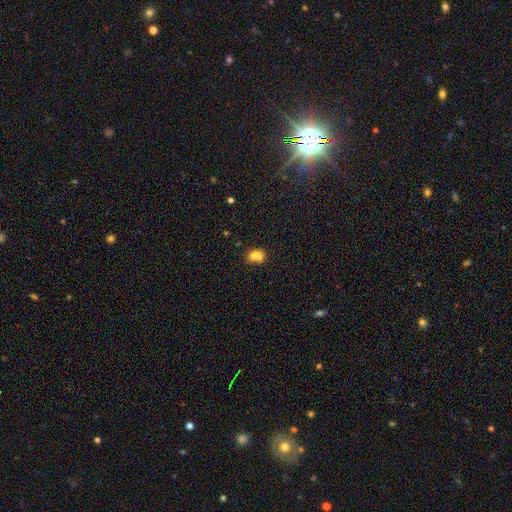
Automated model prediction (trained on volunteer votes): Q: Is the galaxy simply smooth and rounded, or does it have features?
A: smooth — 73%.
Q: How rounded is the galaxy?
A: round — 50%.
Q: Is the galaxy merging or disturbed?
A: merger — 52%.